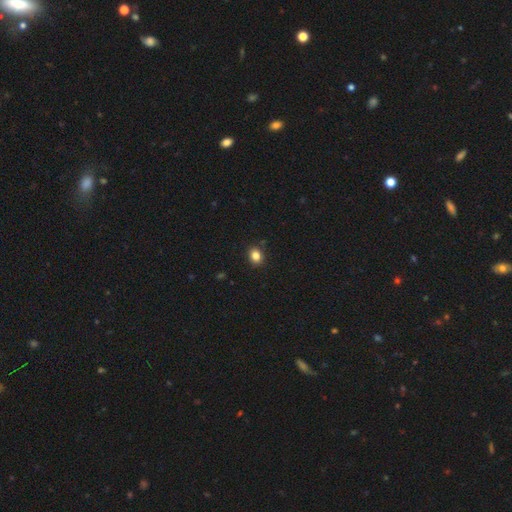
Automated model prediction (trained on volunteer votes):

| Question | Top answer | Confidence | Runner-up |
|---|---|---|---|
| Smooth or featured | smooth | 85% | star or artifact (11%) |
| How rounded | round | 50% | in between (49%) |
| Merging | none | 89% | minor disturbance (8%) |